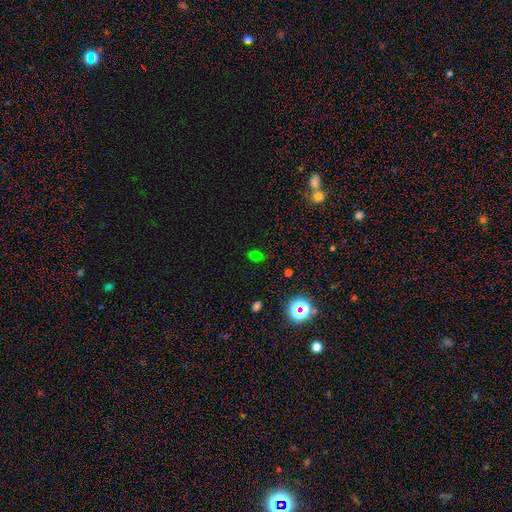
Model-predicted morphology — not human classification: Q: Smooth or featured?
A: smooth (60%); runner-up: star or artifact (34%)
Q: How rounded?
A: in between (75%); runner-up: round (23%)
Q: Merging?
A: none (81%); runner-up: minor disturbance (13%)